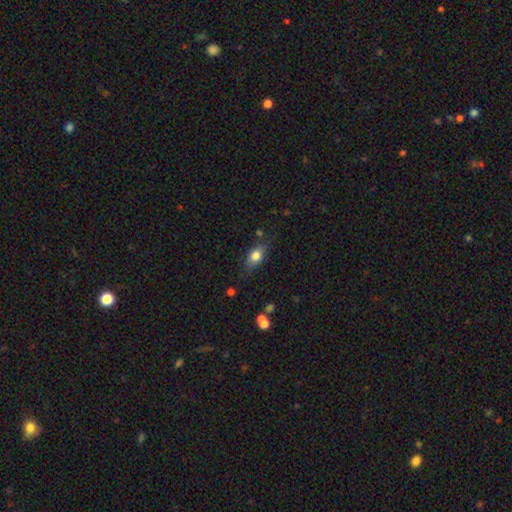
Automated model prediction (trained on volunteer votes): smooth_or_featured: smooth (p=0.79) [alt: featured or disk p=0.13]
how_rounded: in between (p=0.79) [alt: round p=0.15]
merging: none (p=0.73) [alt: minor disturbance p=0.19]